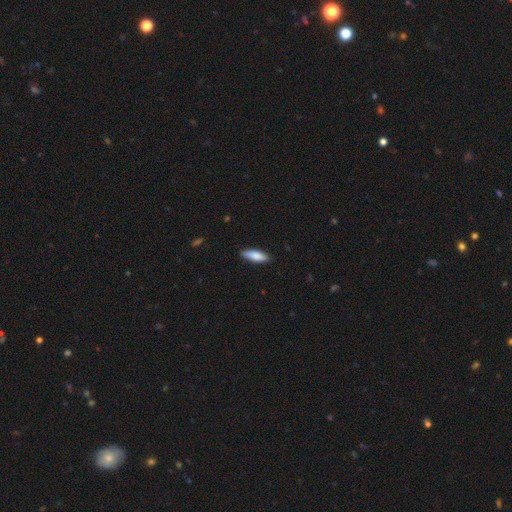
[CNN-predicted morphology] smooth 85%, featured or disk 9%, star or artifact 6%. Down the decision tree: how rounded — in between (57%); merging — none (87%).